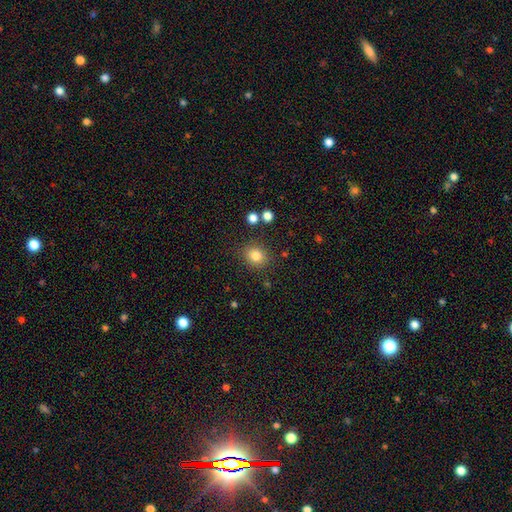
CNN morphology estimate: A smooth galaxy with no disk features (82%) that is round (69%). Merging: none (85%).